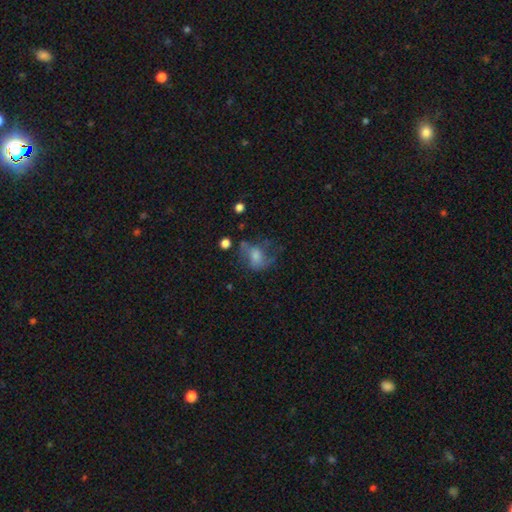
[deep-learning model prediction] Smooth or featured?
  - smooth: 53% *
  - featured or disk: 35%
  - star or artifact: 12%
How rounded?
  - in between: 61% *
  - round: 37%
  - cigar-shaped: 2%
Merging?
  - major disturbance: 36% *
  - none: 35%
  - minor disturbance: 24%
  - merger: 5%